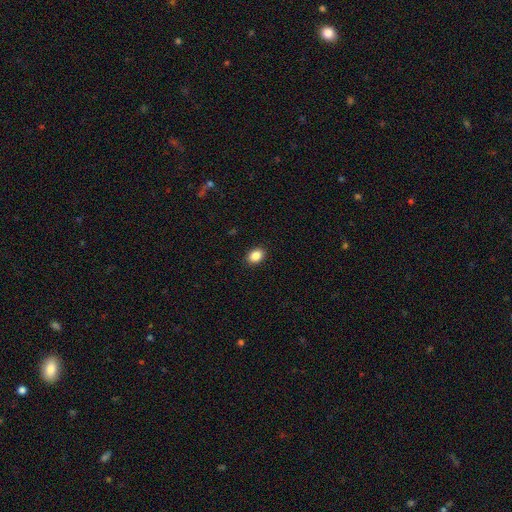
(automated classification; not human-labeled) This appears to be a smooth galaxy with no disk features (87%) that is in between round and cigar-shaped (67%). Merging: none (90%).